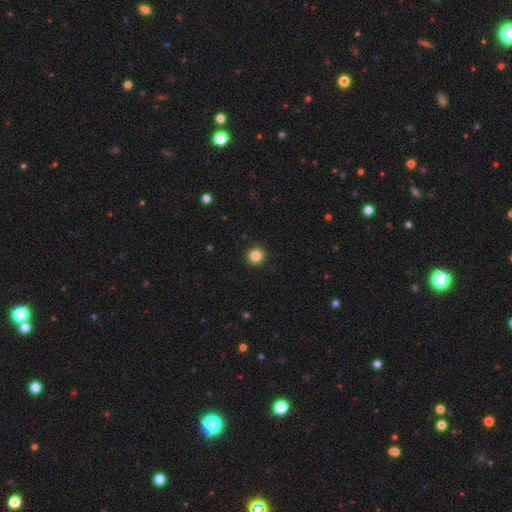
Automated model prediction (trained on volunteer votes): Smooth or featured? smooth (85%)
How rounded? round (95%)
Merging? none (93%)